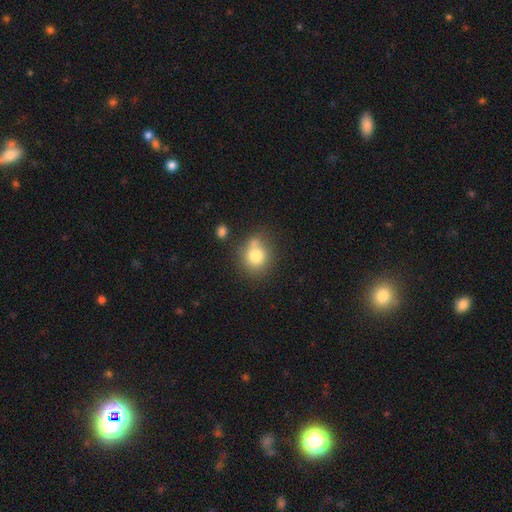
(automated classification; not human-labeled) This is likely a smooth galaxy (77%). How rounded: likely round (78%). Merging: possibly none (60%).